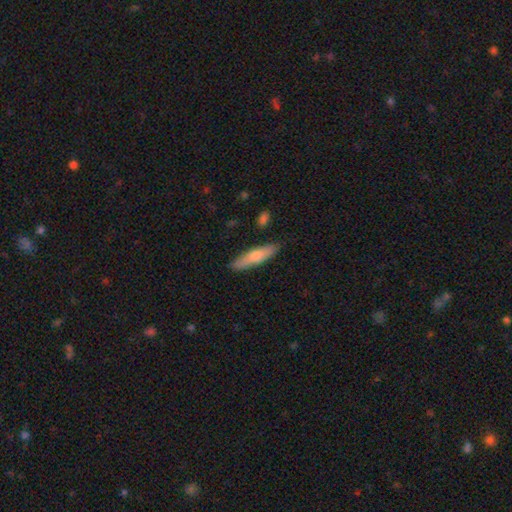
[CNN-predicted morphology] Overall: smooth (68%). How rounded: cigar-shaped (79%). Merging: none (85%).